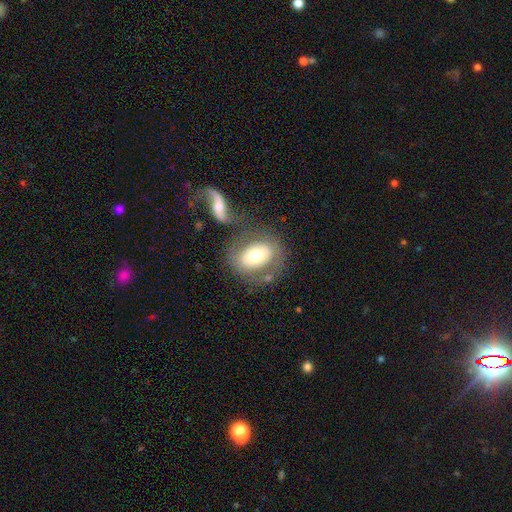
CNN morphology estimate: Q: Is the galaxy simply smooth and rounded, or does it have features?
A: smooth — 55%.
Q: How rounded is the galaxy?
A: in between — 65%.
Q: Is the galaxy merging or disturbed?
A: none — 56%.